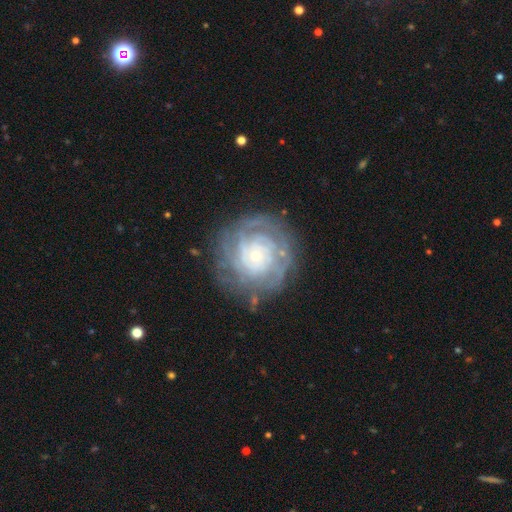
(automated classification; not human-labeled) smooth-or-featured: featured or disk: 79% | smooth: 14% | star or artifact: 7%
  disk-edge-on: no: 97% | yes: 3%
    bar: no: 81% | weak: 15% | strong: 4%
    has-spiral-arms: yes: 88% | no: 12%
      spiral-winding: tight: 77% | medium: 17% | loose: 5%
      spiral-arm-count: can't tell: 45% | 4: 15% | 3: 12% | more than 4: 12% | 2: 10% | 1: 6%
    bulge-size: small: 76% | moderate: 17% | large: 3% | none: 3% | dominant: 1%
  merging: none: 76% | minor disturbance: 15% | major disturbance: 7% | merger: 2%